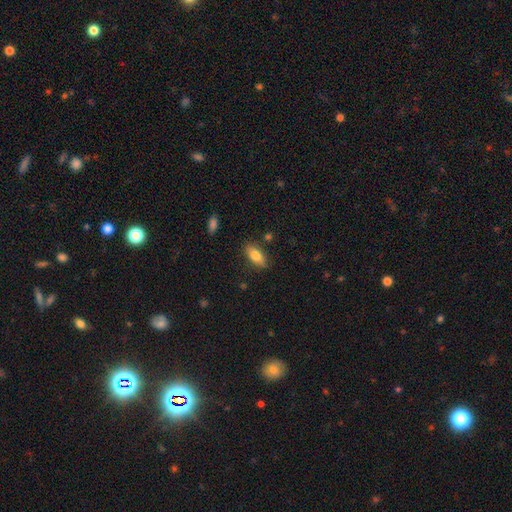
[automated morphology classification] This is likely a smooth galaxy (79%). How rounded: clearly in between (86%). Merging: clearly none (83%).